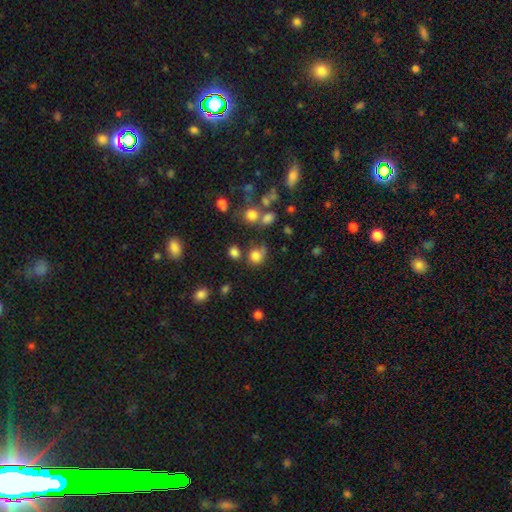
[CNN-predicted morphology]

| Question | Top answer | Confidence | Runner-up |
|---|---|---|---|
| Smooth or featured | smooth | 79% | star or artifact (14%) |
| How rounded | round | 78% | in between (21%) |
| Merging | none | 59% | minor disturbance (19%) |